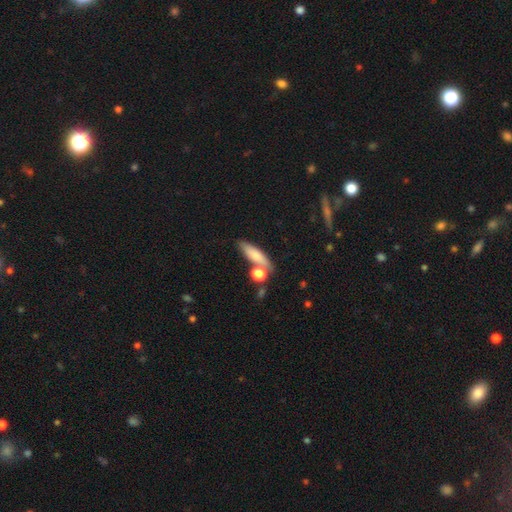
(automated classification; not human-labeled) Smooth or featured? Predicted: smooth (p=0.74). How rounded? Predicted: cigar-shaped (p=0.54). Merging? Predicted: none (p=0.64).